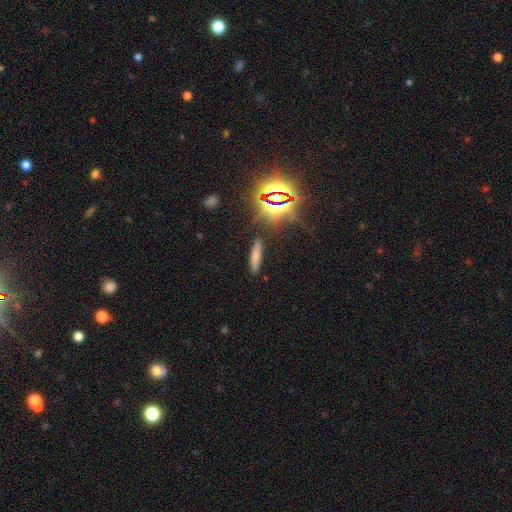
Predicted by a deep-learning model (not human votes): Smooth or featured?
  - smooth: 67% *
  - star or artifact: 21%
  - featured or disk: 12%
How rounded?
  - cigar-shaped: 80% *
  - in between: 17%
  - round: 3%
Merging?
  - none: 86% *
  - minor disturbance: 9%
  - major disturbance: 3%
  - merger: 2%